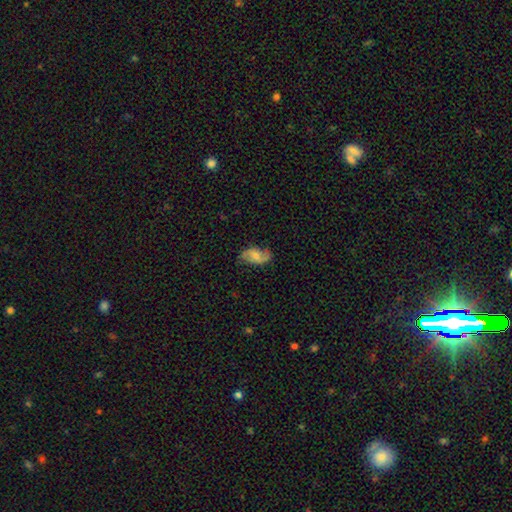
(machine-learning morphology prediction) Overall: featured or disk (64%; smooth 29%). Edge-on disk: no (96%). Bar: no (49%; weak 42%). Spiral arms: yes (92%). Spiral arm count: 2 (89%). Spiral winding: loose (49%; medium 38%). Bulge size: moderate (42%; small 40%). Merging: none (76%).